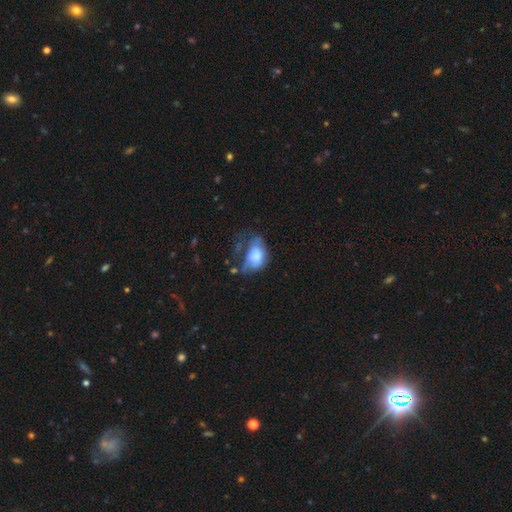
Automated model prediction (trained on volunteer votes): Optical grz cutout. It shows a smooth galaxy with no disk features (66%) that is in between round and cigar-shaped (82%). Merging: major disturbance (39%).